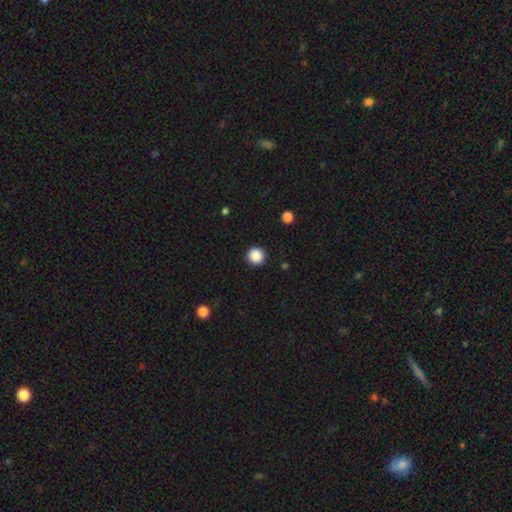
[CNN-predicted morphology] Overall: smooth (88%). How rounded: round (95%). Merging: none (92%).